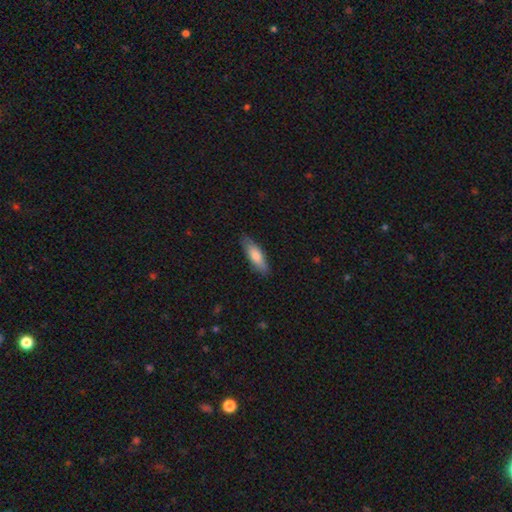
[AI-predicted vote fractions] smooth_or_featured: smooth (p=0.77) [alt: featured or disk p=0.18]
how_rounded: in between (p=0.54) [alt: cigar-shaped p=0.45]
merging: none (p=0.84) [alt: minor disturbance p=0.12]